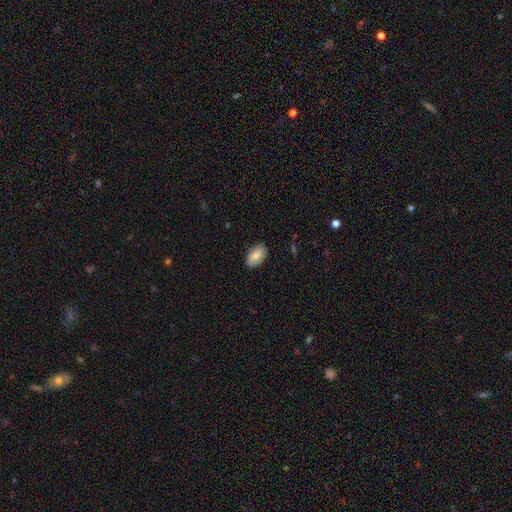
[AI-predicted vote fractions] A smooth galaxy with no disk features (85%) that is in between round and cigar-shaped (93%). Merging: none (88%).